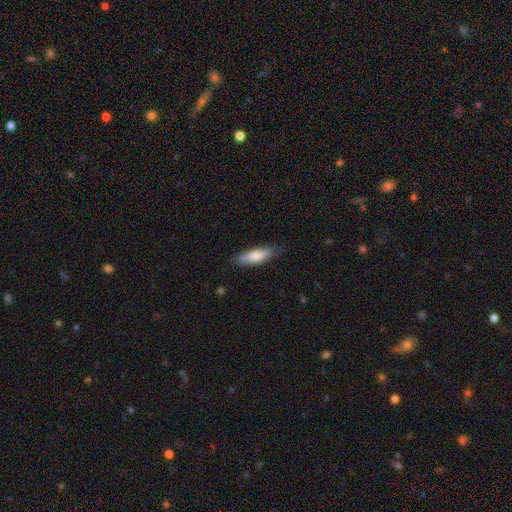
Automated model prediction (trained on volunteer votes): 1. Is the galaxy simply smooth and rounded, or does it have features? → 78% smooth, 16% featured or disk, 6% star or artifact.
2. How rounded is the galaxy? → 55% cigar-shaped, 44% in between, 2% round.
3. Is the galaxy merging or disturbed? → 82% none, 14% minor disturbance, 3% major disturbance, 1% merger.